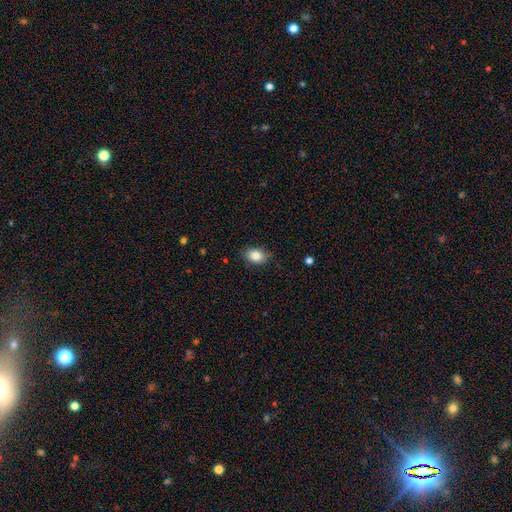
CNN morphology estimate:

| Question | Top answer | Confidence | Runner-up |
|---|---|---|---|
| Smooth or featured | smooth | 85% | star or artifact (9%) |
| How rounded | in between | 73% | round (26%) |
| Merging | none | 85% | minor disturbance (12%) |